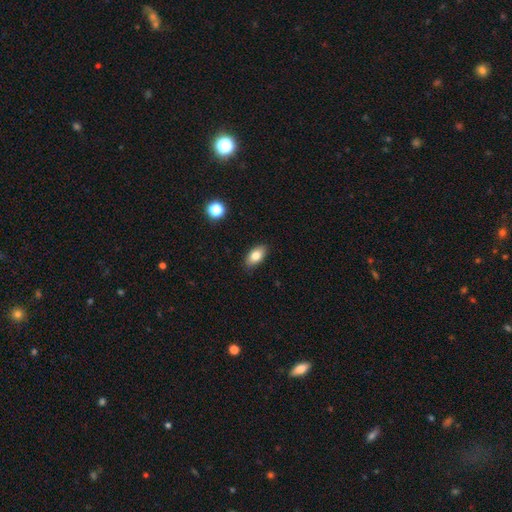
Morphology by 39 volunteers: Overall: smooth (87%). How rounded: in between (91%). Merging: none (87%).